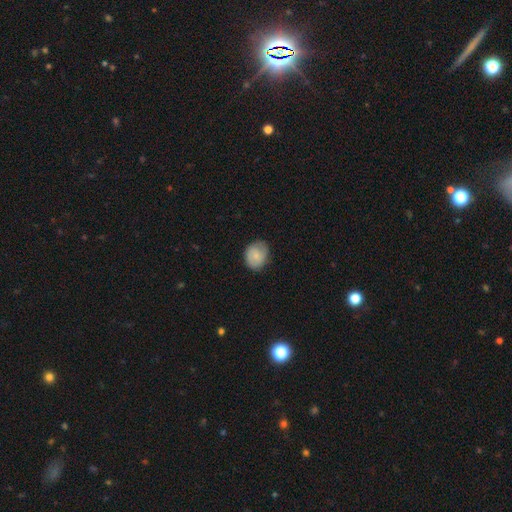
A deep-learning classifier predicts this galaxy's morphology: Q: Smooth or featured?
A: smooth (69%); runner-up: featured or disk (24%)
Q: How rounded?
A: round (63%); runner-up: in between (36%)
Q: Merging?
A: none (77%); runner-up: minor disturbance (18%)